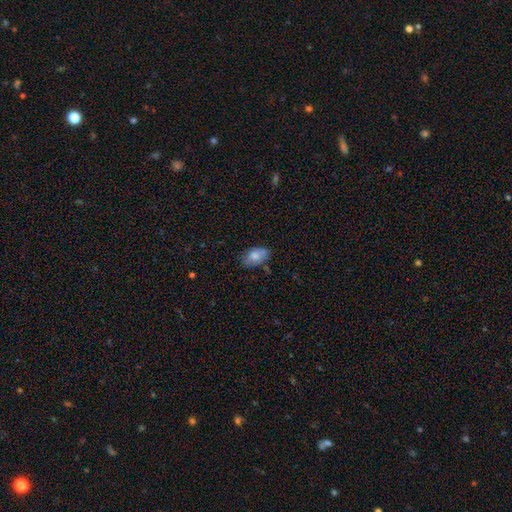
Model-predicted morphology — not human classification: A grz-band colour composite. It shows a smooth galaxy with no disk features (74%) that is in between round and cigar-shaped (91%). Merging: none (67%).